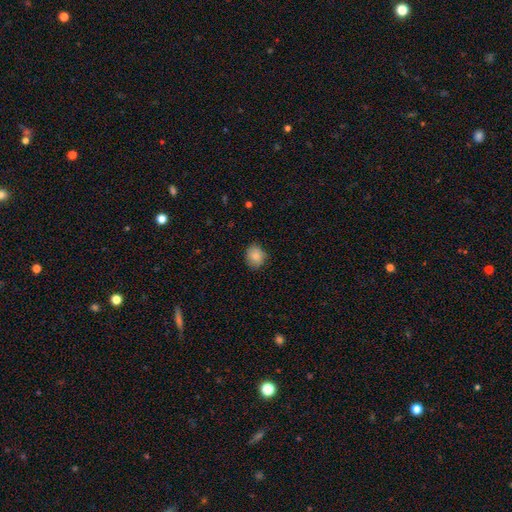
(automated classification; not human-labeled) Overall: smooth (85%). How rounded: round (71%). Merging: none (82%).